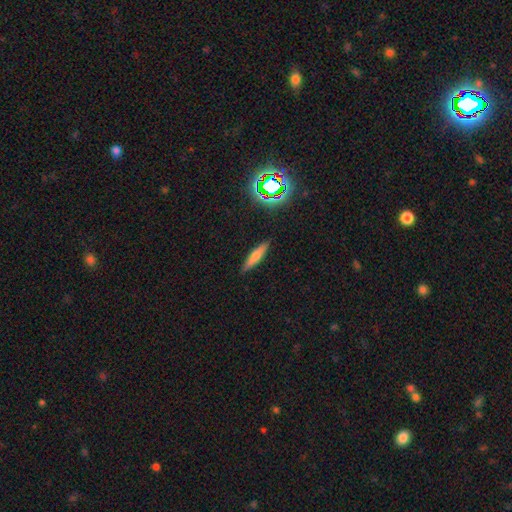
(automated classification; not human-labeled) Smooth or featured? Predicted: smooth (p=0.60). How rounded? Predicted: cigar-shaped (p=0.79). Merging? Predicted: none (p=0.87).